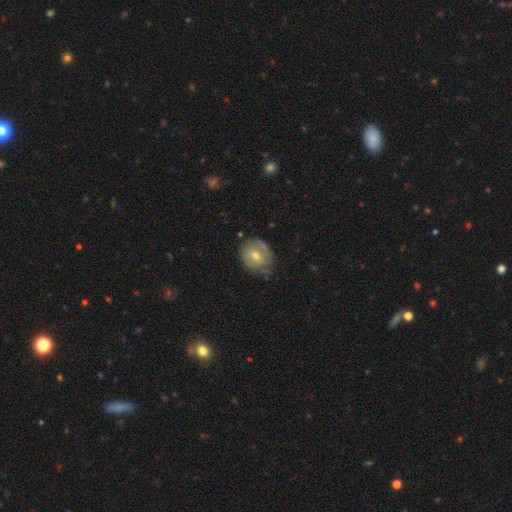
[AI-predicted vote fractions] Q: Smooth or featured?
A: featured or disk (51%); runner-up: smooth (40%)
Q: Edge-on disk?
A: no (95%); runner-up: yes (5%)
Q: Merging?
A: none (64%); runner-up: minor disturbance (26%)